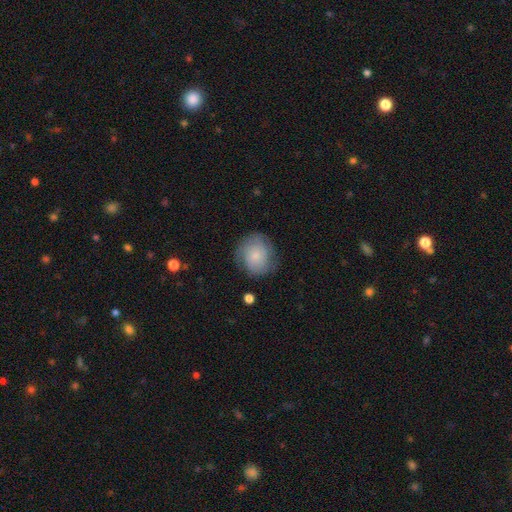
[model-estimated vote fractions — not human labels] Overall: smooth (65%; featured or disk 28%). How rounded: round (83%). Merging: none (72%).